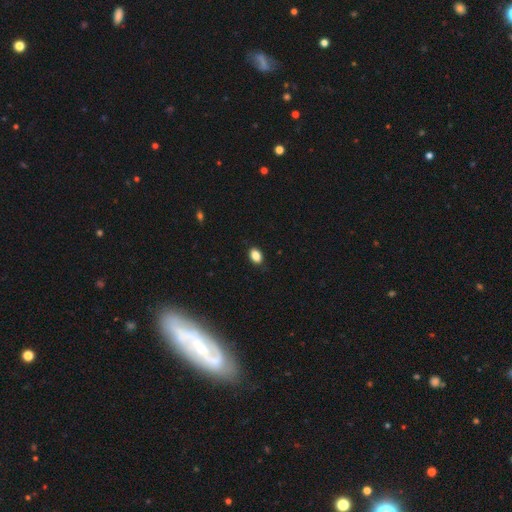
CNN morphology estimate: smooth-or-featured: smooth: 86% | star or artifact: 9% | featured or disk: 4%
  how-rounded: in between: 81% | round: 18% | cigar-shaped: 1%
  merging: none: 87% | minor disturbance: 10% | major disturbance: 2% | merger: 1%